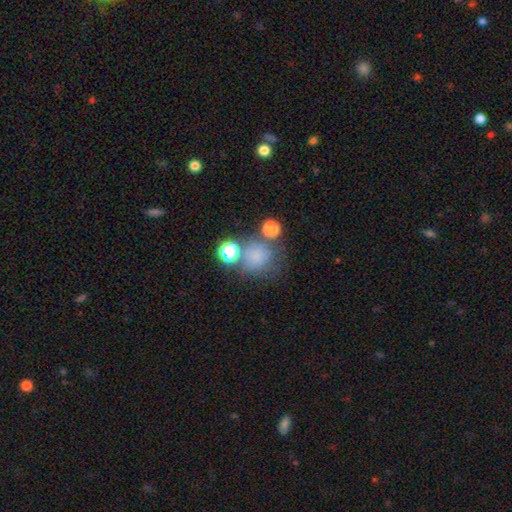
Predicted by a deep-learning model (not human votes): Smooth or featured? Predicted: smooth (p=0.70). How rounded? Predicted: round (p=0.86). Merging? Predicted: none (p=0.58).